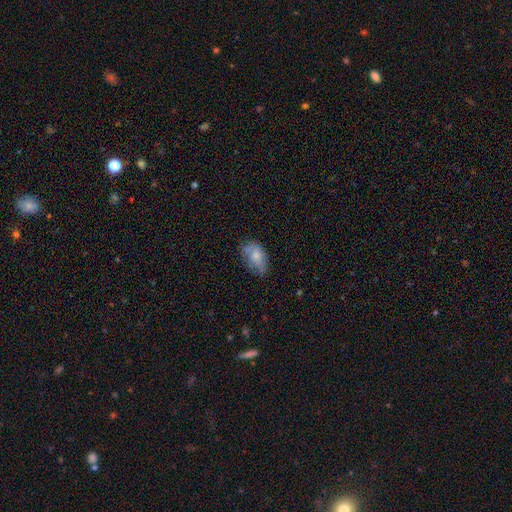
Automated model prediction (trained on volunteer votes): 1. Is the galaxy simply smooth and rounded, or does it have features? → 67% smooth, 24% featured or disk, 9% star or artifact.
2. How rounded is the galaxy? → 89% in between, 8% round, 2% cigar-shaped.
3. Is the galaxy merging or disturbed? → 50% none, 32% minor disturbance, 13% major disturbance, 5% merger.